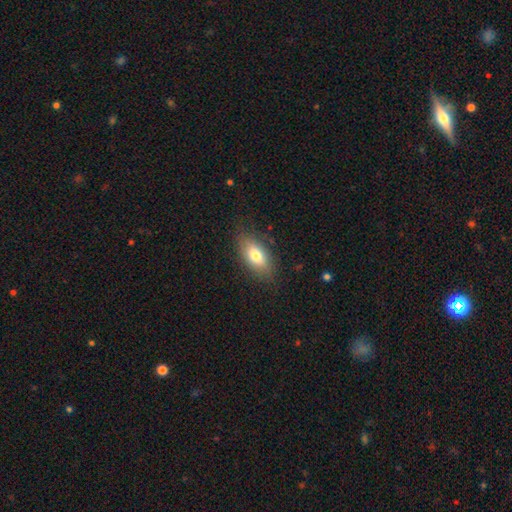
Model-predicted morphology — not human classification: Smooth or featured? Predicted: smooth (p=0.75). How rounded? Predicted: in between (p=0.86). Merging? Predicted: none (p=0.81).